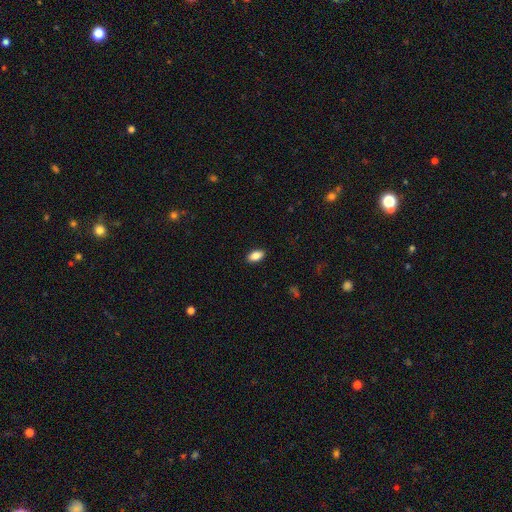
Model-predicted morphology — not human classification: Smooth or featured? smooth (87%)
How rounded? in between (92%)
Merging? none (89%)